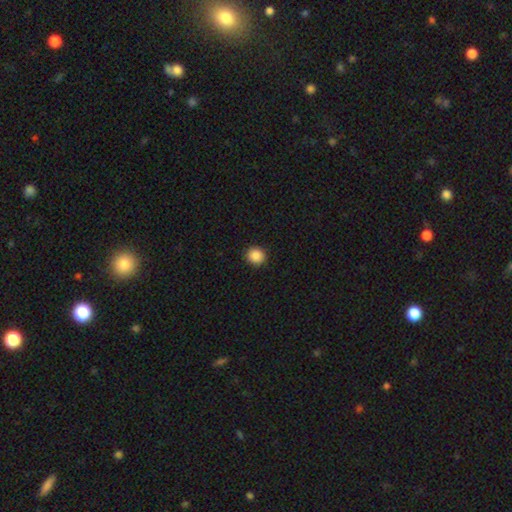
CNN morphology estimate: type=smooth (88%); roundness=round (91%); merging=none (93%).